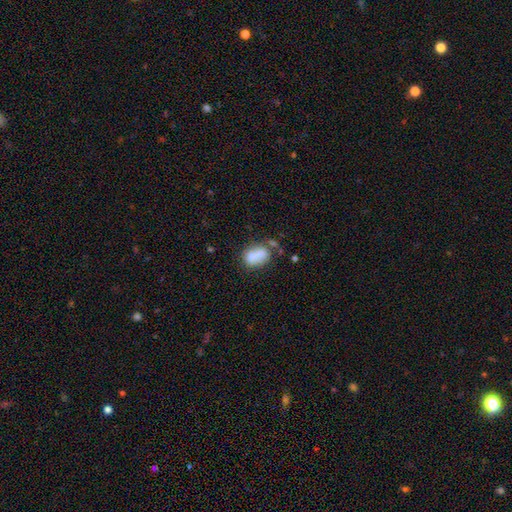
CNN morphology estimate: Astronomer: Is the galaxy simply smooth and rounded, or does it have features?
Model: smooth — 78%.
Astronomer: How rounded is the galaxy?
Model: in between — 81%.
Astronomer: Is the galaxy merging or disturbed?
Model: none — 44% (runner-up: minor disturbance, 23%).